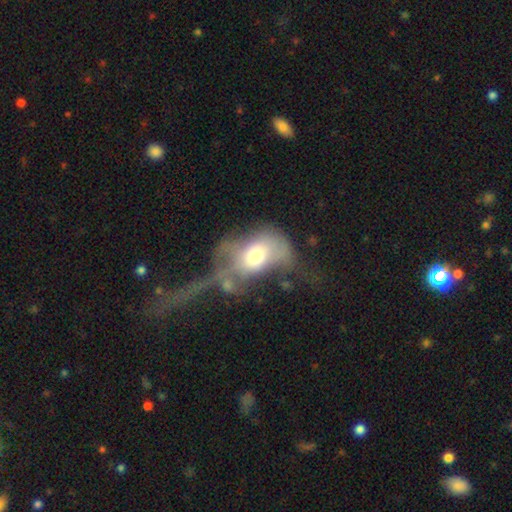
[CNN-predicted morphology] type=smooth (54%); roundness=in between (76%); merging=major disturbance (53%).